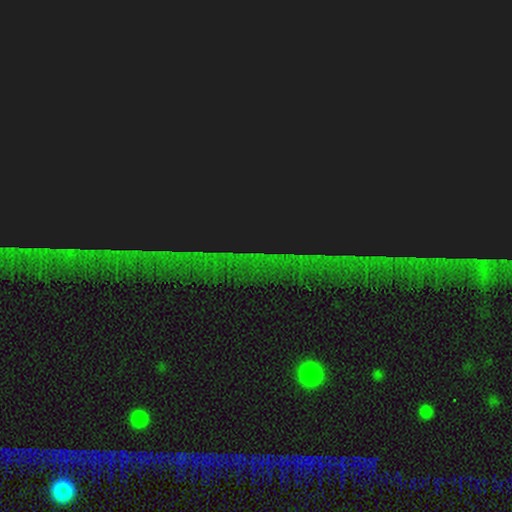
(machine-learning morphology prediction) Smooth or featured? star or artifact (84%)